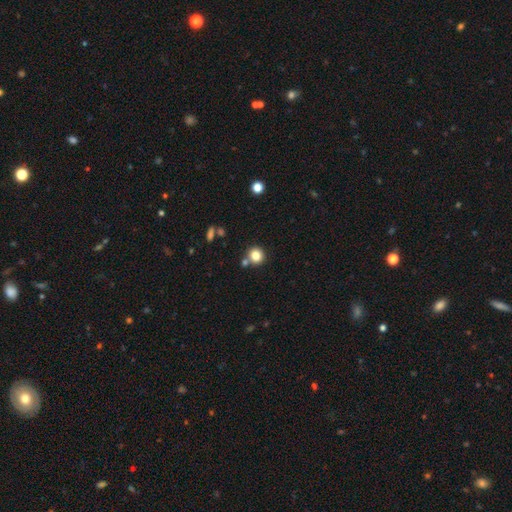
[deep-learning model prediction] Morphology: type=smooth (82%); roundness=round (88%); merging=none (75%).